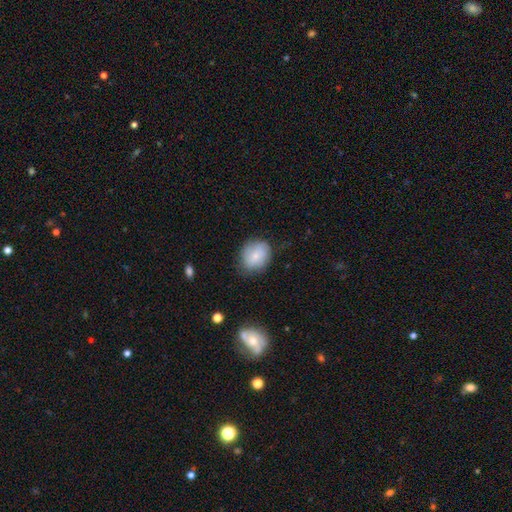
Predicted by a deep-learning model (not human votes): This appears to be a smooth galaxy with no disk features (71%) that is round (57%). Merging: none (73%).